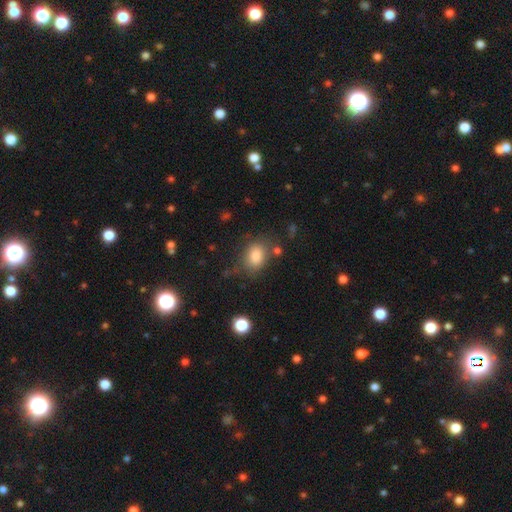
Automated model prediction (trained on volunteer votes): Smooth or featured? smooth (82%)
How rounded? in between (68%)
Merging? none (66%)